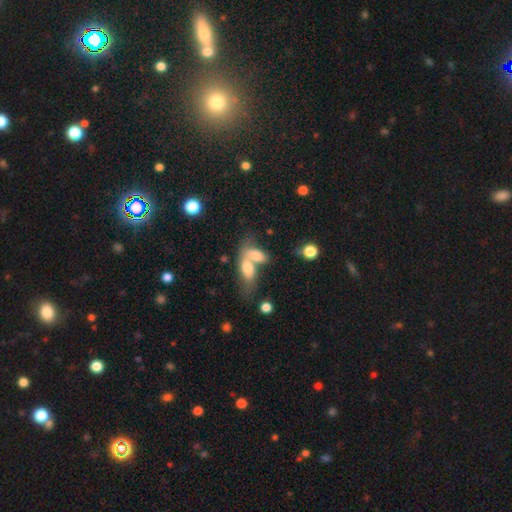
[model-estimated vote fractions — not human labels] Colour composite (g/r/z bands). It shows a smooth galaxy with no disk features (74%) that is in between round and cigar-shaped (84%). Merging: merger (68%).